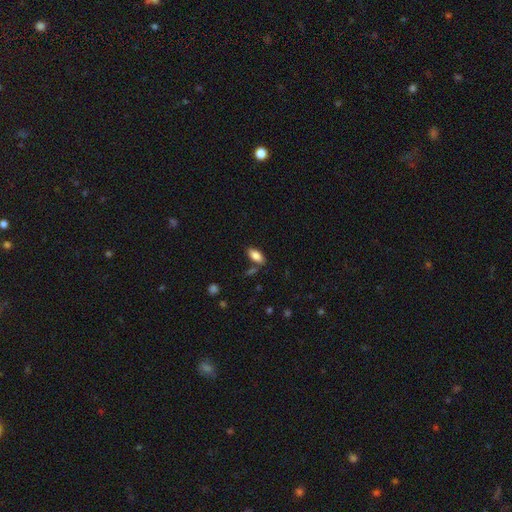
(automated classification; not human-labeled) Smooth or featured: smooth — 83% (featured or disk — 10%)
How rounded: in between — 88% (cigar-shaped — 10%)
Merging: none — 78% (minor disturbance — 13%)